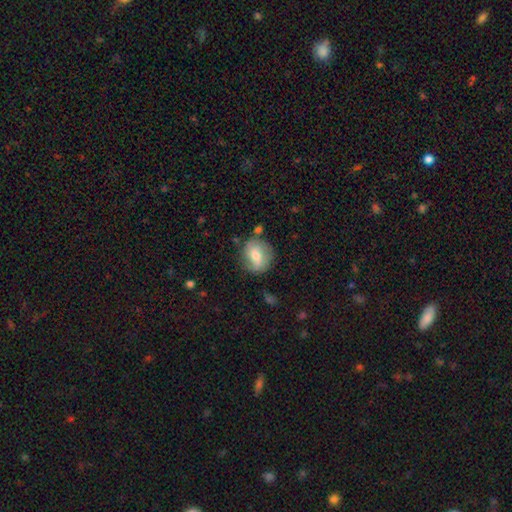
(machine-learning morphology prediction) This appears to be a smooth galaxy with no disk features (55%) that is round (74%). Merging: none (68%).